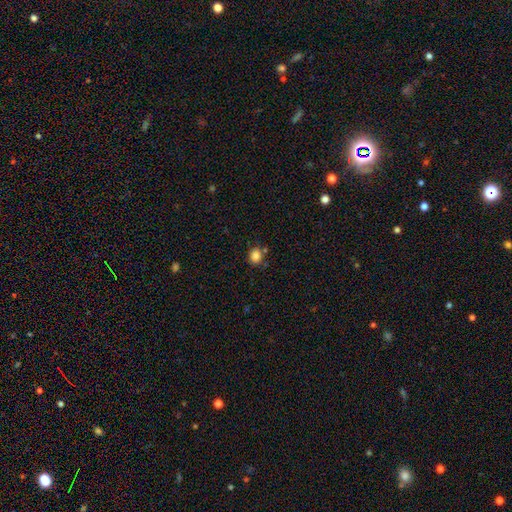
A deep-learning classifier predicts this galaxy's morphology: A smooth galaxy with no disk features (84%) that is round (71%).

Vote fractions:
- Smooth or featured? smooth: 84% / star or artifact: 11% / featured or disk: 4%
- How rounded? round: 71% / in between: 28% / cigar-shaped: 1%
- Merging? none: 74% / minor disturbance: 13% / merger: 9% / major disturbance: 3%